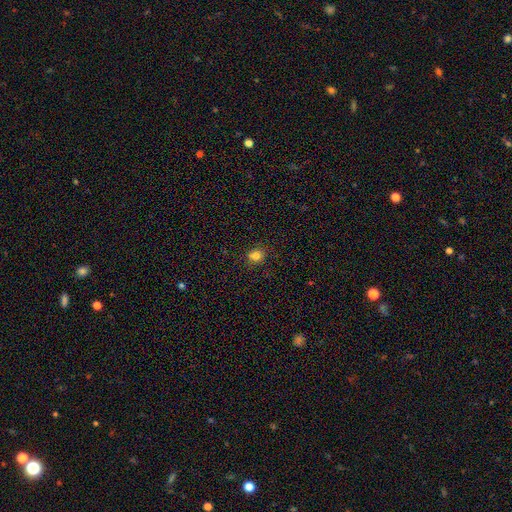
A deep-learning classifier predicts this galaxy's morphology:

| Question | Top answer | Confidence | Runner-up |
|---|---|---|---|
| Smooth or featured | smooth | 80% | star or artifact (14%) |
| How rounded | round | 71% | in between (28%) |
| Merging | none | 79% | minor disturbance (13%) |